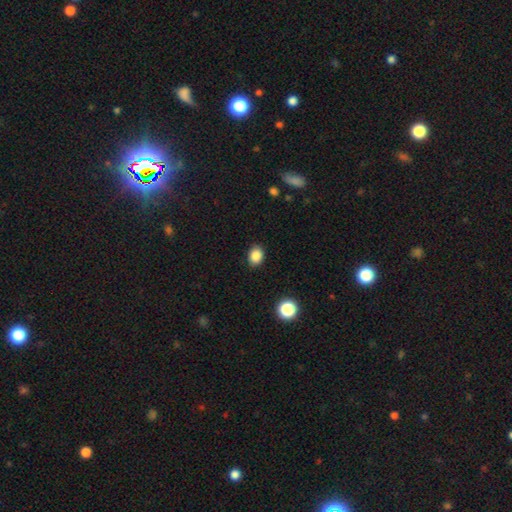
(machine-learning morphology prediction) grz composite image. It shows a smooth galaxy with no disk features (86%) that is in between round and cigar-shaped (57%). Merging: none (88%).